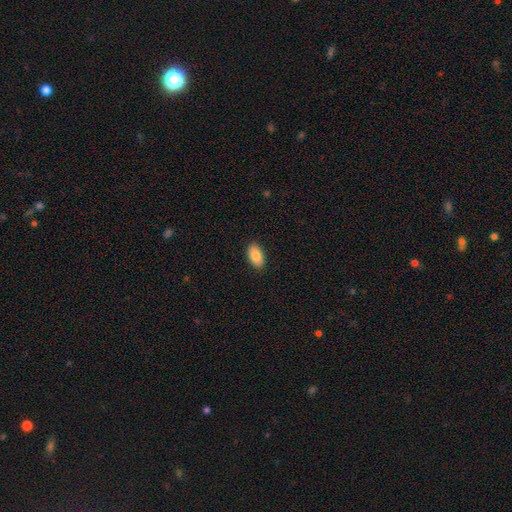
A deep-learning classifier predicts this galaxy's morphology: A smooth galaxy with no disk features (87%) that is in between round and cigar-shaped (95%). Merging: none (89%).